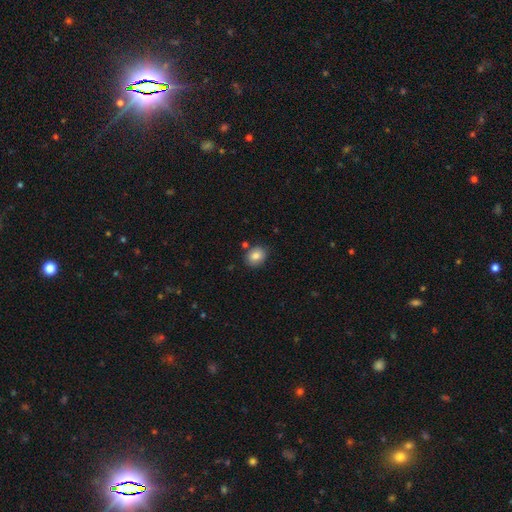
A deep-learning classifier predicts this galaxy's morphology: This is clearly a smooth galaxy (83%). How rounded: possibly round (58%). Merging: clearly none (81%).